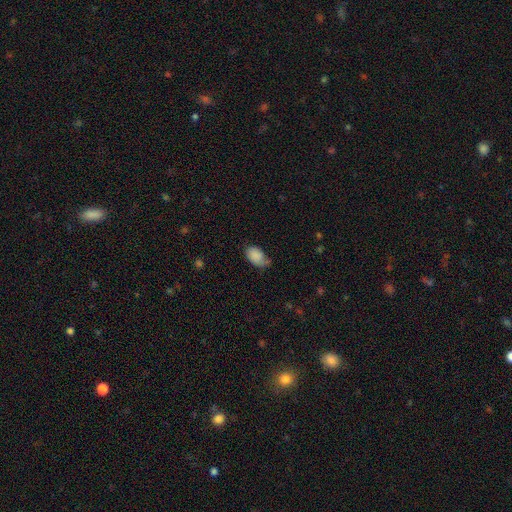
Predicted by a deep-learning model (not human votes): smooth 81%, featured or disk 11%, star or artifact 8%. Down the decision tree: how rounded — in between (90%); merging — none (45%).